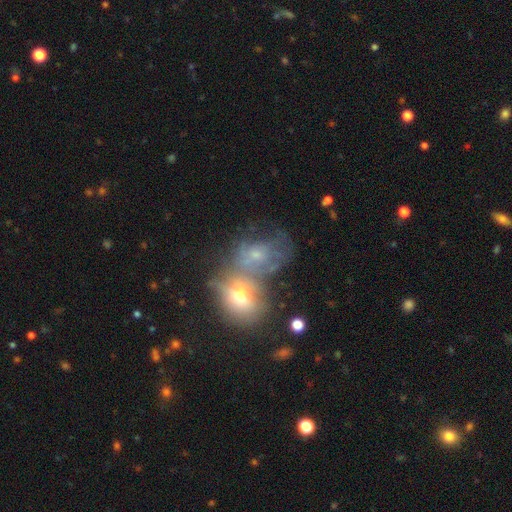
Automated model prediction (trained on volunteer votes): Morphology: type=featured or disk (44%); merging=merger (56%).